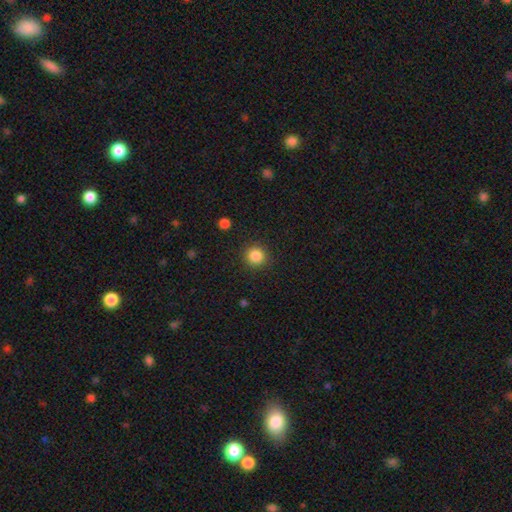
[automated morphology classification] Smooth or featured: smooth — 85% (star or artifact — 11%)
How rounded: round — 93% (in between — 6%)
Merging: none — 90% (minor disturbance — 6%)